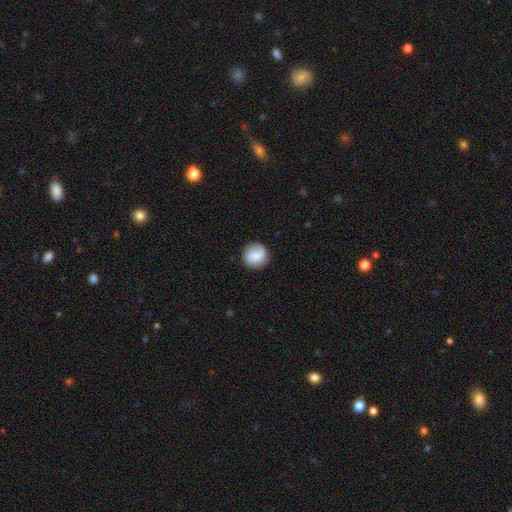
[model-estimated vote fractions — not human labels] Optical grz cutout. It shows a smooth galaxy with no disk features (74%) that is round (92%). Merging: none (86%).